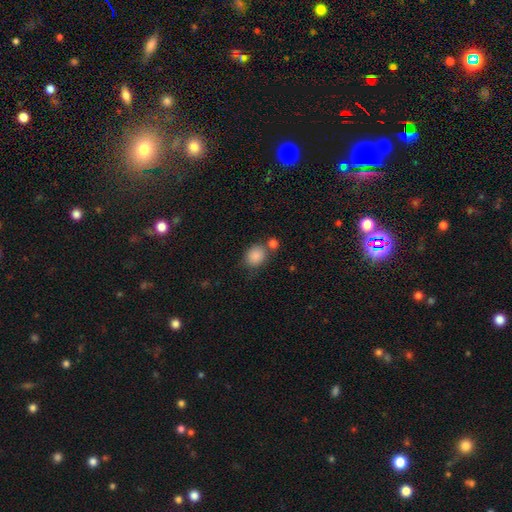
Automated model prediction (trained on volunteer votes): Morphology: type=smooth (87%); roundness=round (52%); merging=none (60%).